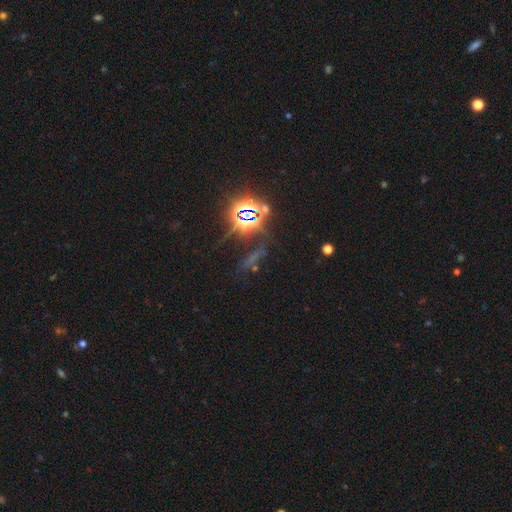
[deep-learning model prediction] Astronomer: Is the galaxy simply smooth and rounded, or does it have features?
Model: star or artifact — 77%.